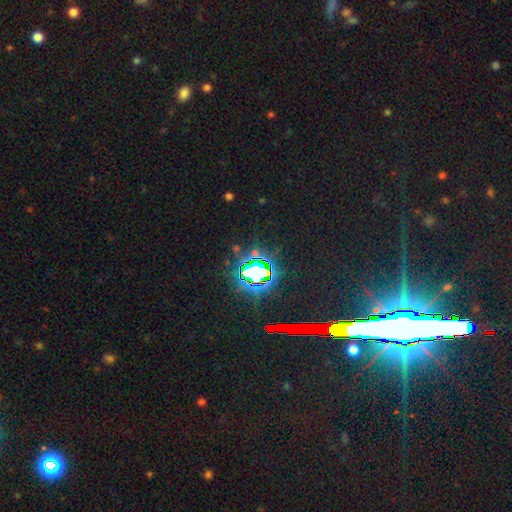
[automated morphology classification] This is likely a star or artifact rather than a galaxy (79%).